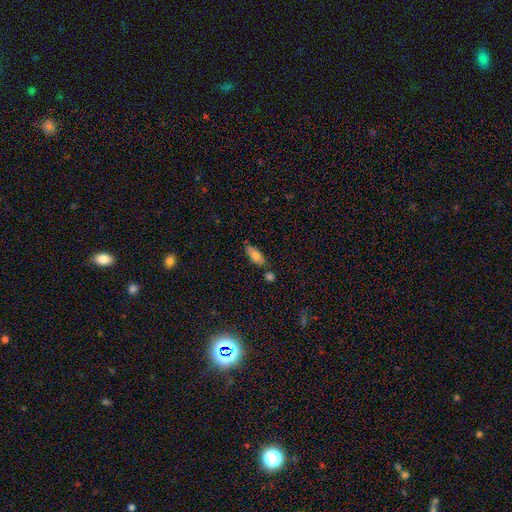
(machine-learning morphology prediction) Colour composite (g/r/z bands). It shows a smooth galaxy with no disk features (74%) that is in between round and cigar-shaped (80%). Merging: none (69%).